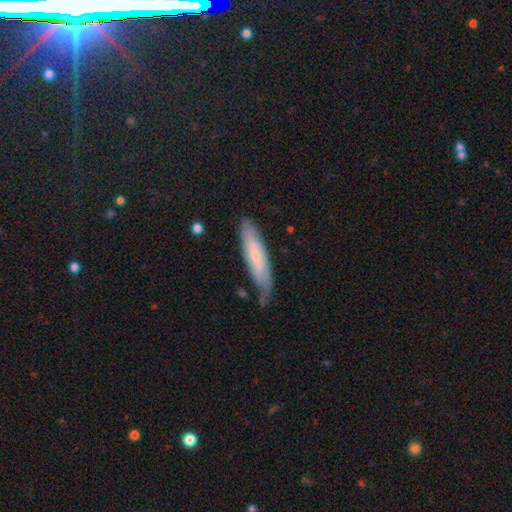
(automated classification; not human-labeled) This is possibly a smooth galaxy (60%). How rounded: likely cigar-shaped (78%). Merging: possibly none (60%).